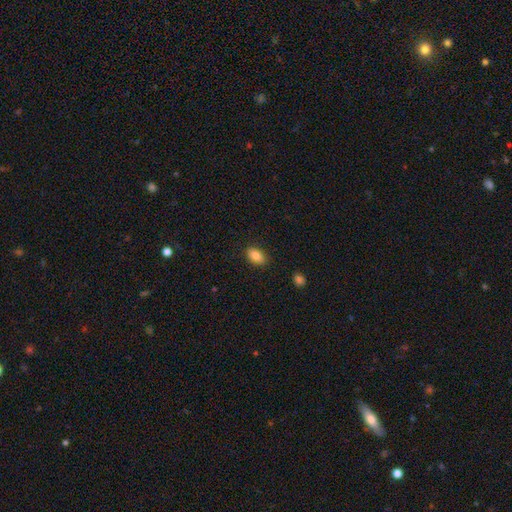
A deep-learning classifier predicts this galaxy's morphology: This is clearly a smooth galaxy (85%). How rounded: clearly in between (87%). Merging: clearly none (87%).